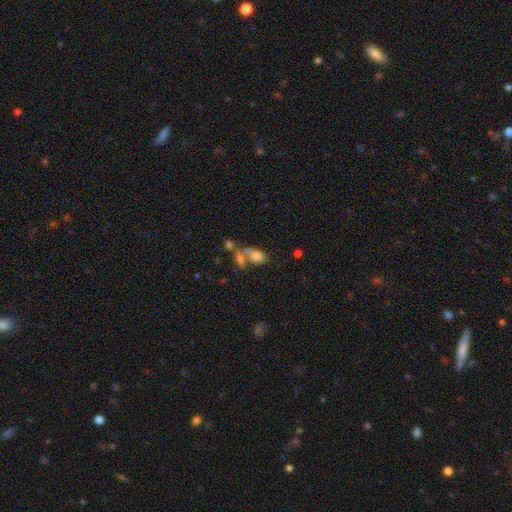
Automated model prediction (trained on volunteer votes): Q: Smooth or featured?
A: smooth (71%); runner-up: featured or disk (17%)
Q: How rounded?
A: in between (87%); runner-up: round (10%)
Q: Merging?
A: merger (46%); runner-up: none (29%)